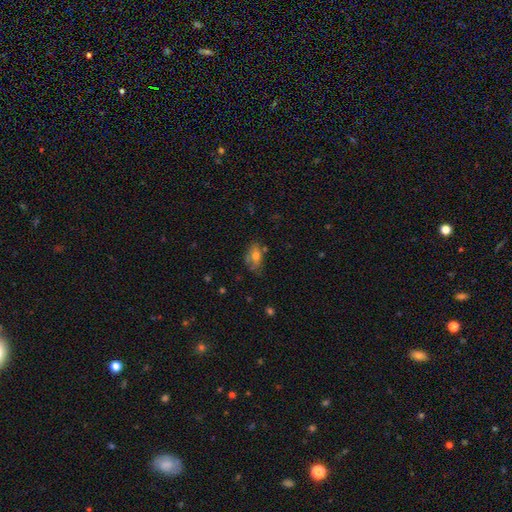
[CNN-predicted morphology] smooth_or_featured: smooth (p=0.66) [alt: featured or disk p=0.24]
how_rounded: in between (p=0.83) [alt: round p=0.14]
merging: none (p=0.55) [alt: minor disturbance p=0.30]